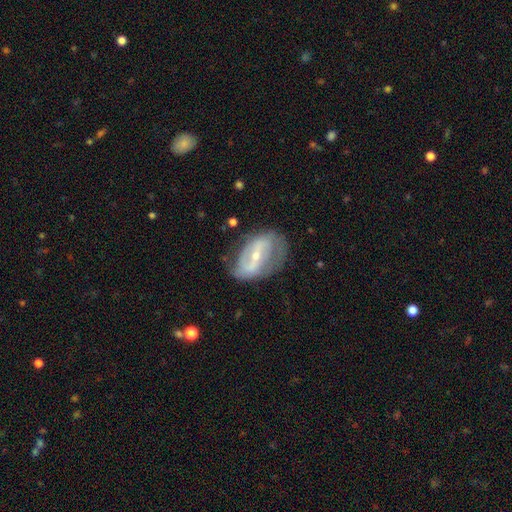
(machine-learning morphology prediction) Smooth or featured: featured or disk — 81% (smooth — 13%)
Edge-on disk: no — 94% (yes — 6%)
Bar: strong — 55% (weak — 32%)
Spiral arms: yes — 79% (no — 21%)
Spiral winding: medium — 41% (loose — 32%)
Spiral arm count: 2 — 75% (can't tell — 16%)
Bulge size: small — 63% (moderate — 34%)
Merging: none — 62% (minor disturbance — 24%)